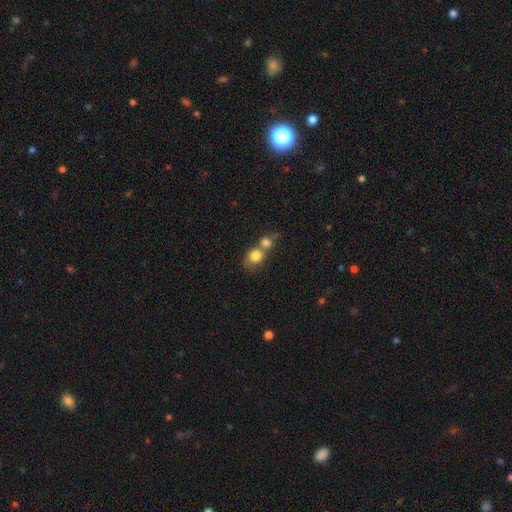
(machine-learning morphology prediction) Smooth or featured? smooth (80%)
How rounded? round (70%)
Merging? merger (62%)